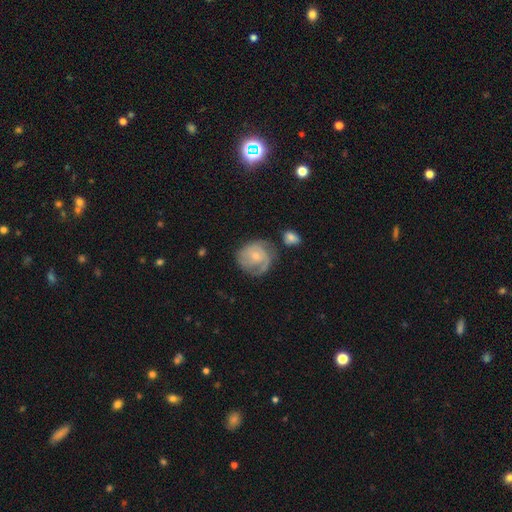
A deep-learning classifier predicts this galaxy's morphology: This appears to be a featured or disk galaxy (71%) with no bar (70%), 2 (33%) tight (49%) spiral arms (90%) and a small central bulge (65%). Merging: none (59%).